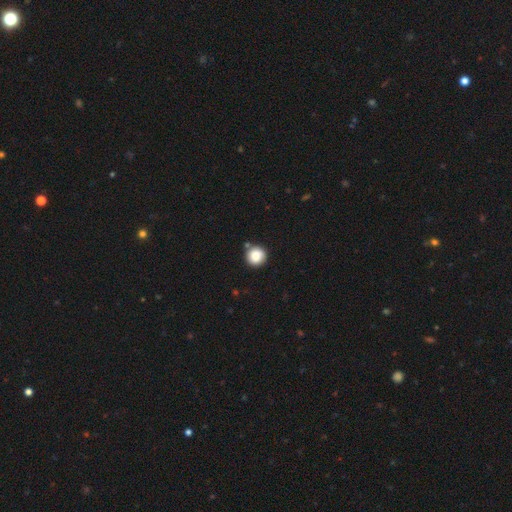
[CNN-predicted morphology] smooth 85%, star or artifact 9%, featured or disk 6%. Down the decision tree: how rounded — round (94%); merging — none (80%).